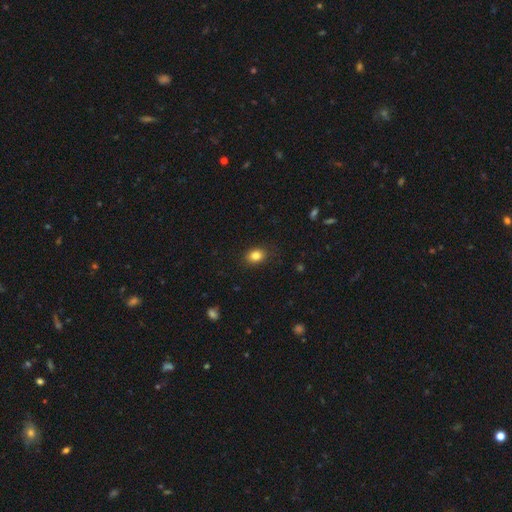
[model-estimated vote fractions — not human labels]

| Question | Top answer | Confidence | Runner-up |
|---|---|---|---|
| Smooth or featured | smooth | 84% | star or artifact (10%) |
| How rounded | in between | 63% | round (35%) |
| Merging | none | 86% | minor disturbance (10%) |